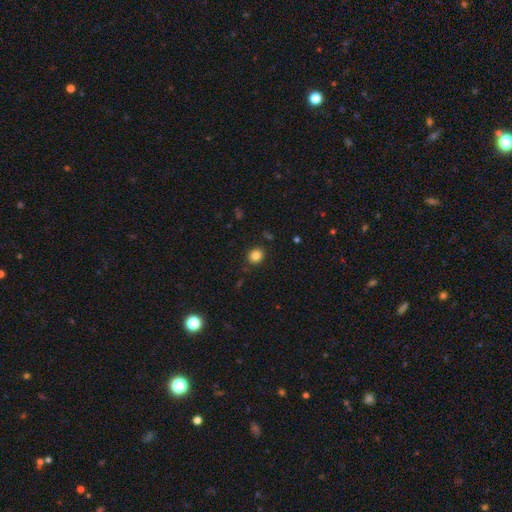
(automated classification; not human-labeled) Smooth or featured?
  - smooth: 84% *
  - star or artifact: 11%
  - featured or disk: 5%
How rounded?
  - round: 75% *
  - in between: 24%
  - cigar-shaped: 1%
Merging?
  - none: 87% *
  - minor disturbance: 9%
  - major disturbance: 3%
  - merger: 2%